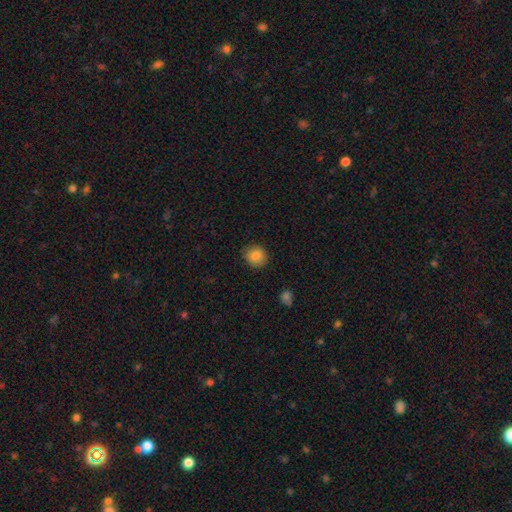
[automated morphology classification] This appears to be a smooth galaxy with no disk features (85%) that is round (87%). Merging: none (86%).